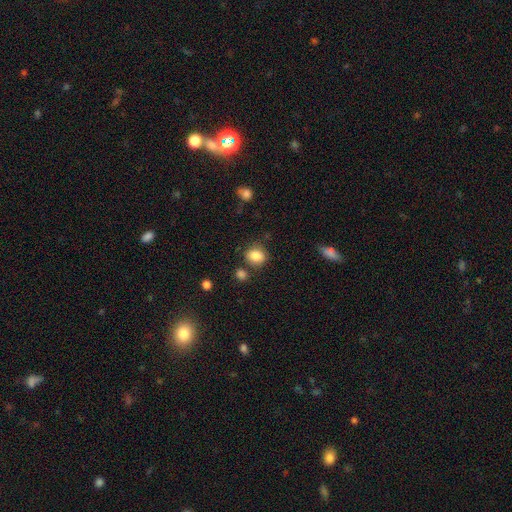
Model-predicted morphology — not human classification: Smooth or featured: smooth — 85% (star or artifact — 10%)
How rounded: round — 66% (in between — 33%)
Merging: none — 73% (minor disturbance — 14%)